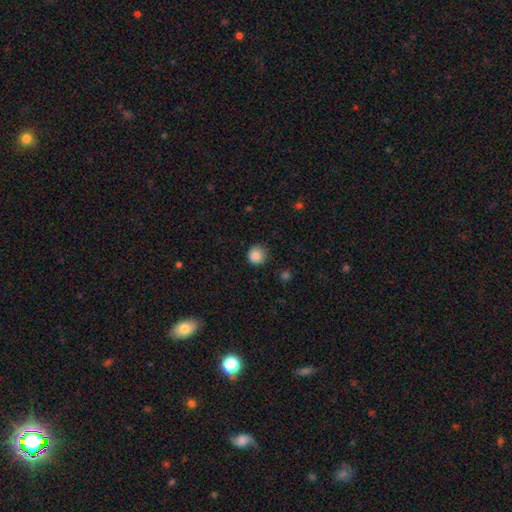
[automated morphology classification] Smooth or featured?
  - smooth: 86% *
  - star or artifact: 10%
  - featured or disk: 4%
How rounded?
  - round: 92% *
  - in between: 7%
  - cigar-shaped: 1%
Merging?
  - none: 81% *
  - minor disturbance: 15%
  - major disturbance: 3%
  - merger: 1%